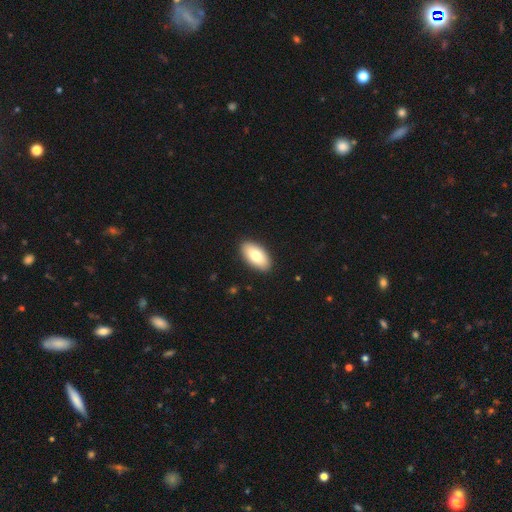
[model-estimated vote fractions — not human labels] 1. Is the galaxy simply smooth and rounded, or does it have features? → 80% smooth, 14% featured or disk, 6% star or artifact.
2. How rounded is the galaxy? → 94% in between, 4% cigar-shaped, 2% round.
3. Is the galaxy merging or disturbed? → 90% none, 7% minor disturbance, 2% major disturbance, 1% merger.